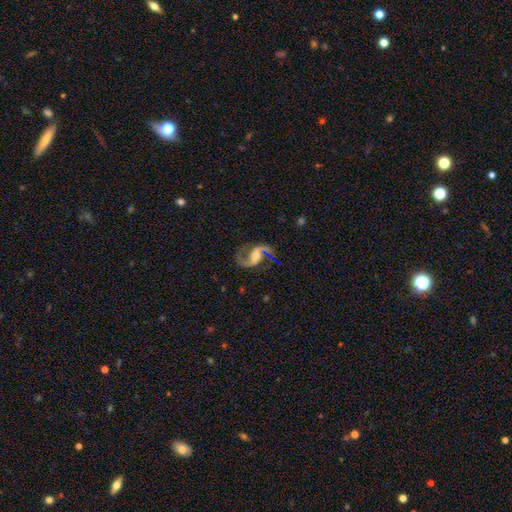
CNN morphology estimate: This is clearly a featured or disk galaxy (90%). It is clearly not viewed edge-on (98%). Bar: marginally weak (43%). Spiral arm pattern: clearly yes (97%). Spiral arm count: clearly 2 (93%). Spiral winding: possibly loose (60%). Central bulge: possibly moderate (47%). Merging: likely none (73%).